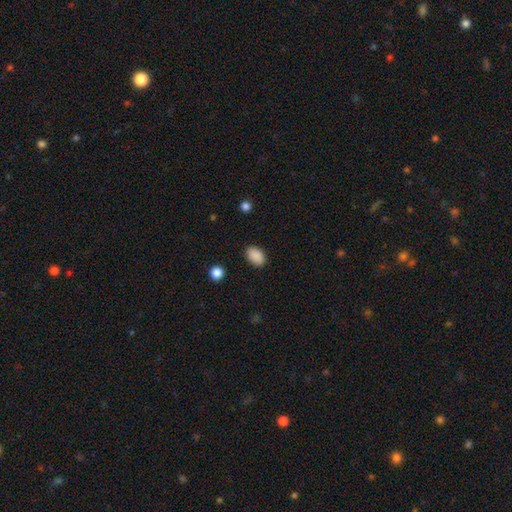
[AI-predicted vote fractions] This appears to be a smooth galaxy with no disk features (89%) that is in between round and cigar-shaped (86%). Merging: none (86%).